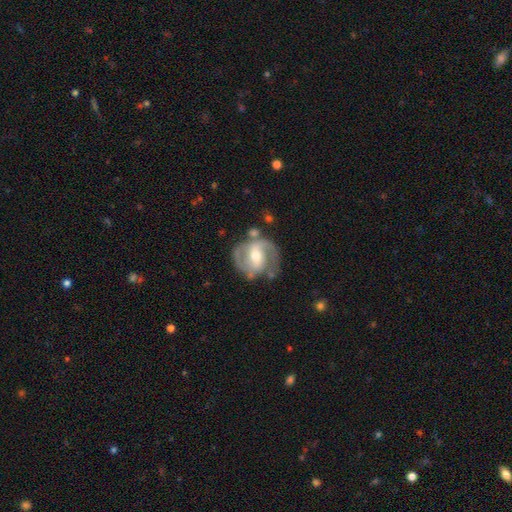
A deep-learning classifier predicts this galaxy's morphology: Smooth or featured? Predicted: featured or disk (p=0.84). Edge-on disk? Predicted: no (p=0.97). Bar? Predicted: weak (p=0.44). Spiral arms? Predicted: yes (p=0.92). Spiral winding? Predicted: medium (p=0.53). Spiral arm count? Predicted: 2 (p=0.84). Bulge size? Predicted: moderate (p=0.59). Merging? Predicted: none (p=0.66).